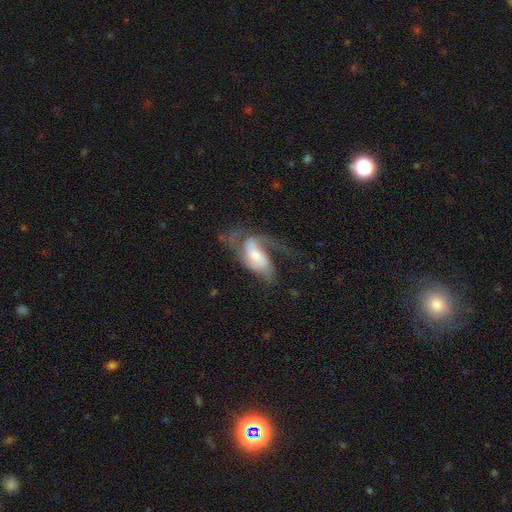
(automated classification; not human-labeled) featured or disk 71%, smooth 22%, star or artifact 7%. Down the decision tree: edge-on disk — no (95%); bar — no (44%); spiral arms — yes (89%); spiral arm count — 2 (50%); spiral winding — loose (45%); bulge size — moderate (39%); merging — major disturbance (45%).